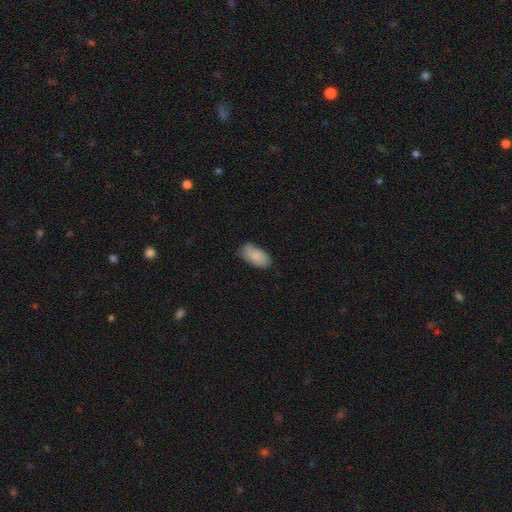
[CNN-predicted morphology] Smooth or featured? Predicted: smooth (p=0.86). How rounded? Predicted: in between (p=0.93). Merging? Predicted: none (p=0.72).